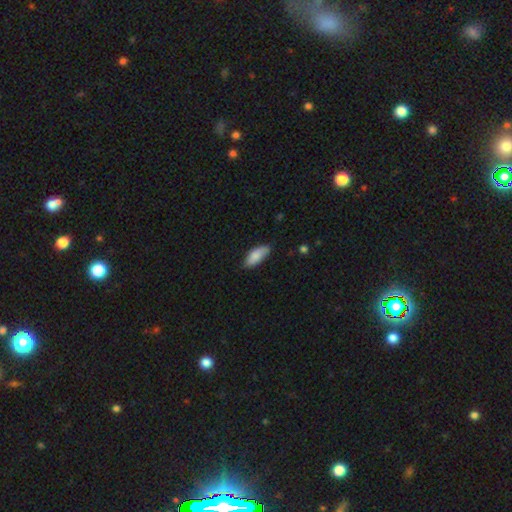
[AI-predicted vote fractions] smooth_or_featured: smooth (p=0.82) [alt: featured or disk p=0.12]
how_rounded: in between (p=0.84) [alt: cigar-shaped p=0.14]
merging: none (p=0.72) [alt: minor disturbance p=0.24]